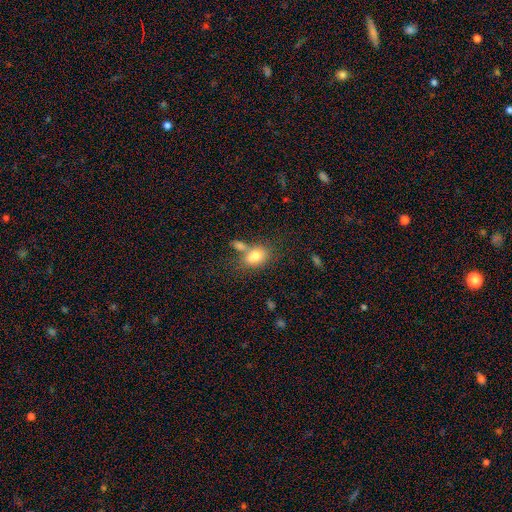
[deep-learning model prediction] Smooth or featured? smooth (78%)
How rounded? in between (74%)
Merging? none (46%)